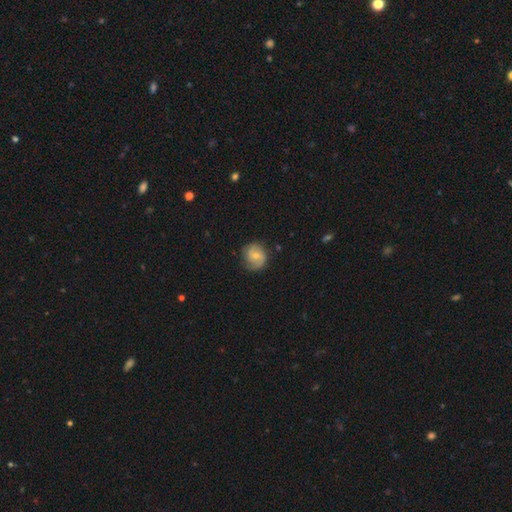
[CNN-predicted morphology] smooth-or-featured: featured or disk: 56% | smooth: 37% | star or artifact: 7%
  disk-edge-on: no: 97% | yes: 3%
    bar: no: 54% | weak: 38% | strong: 8%
    has-spiral-arms: yes: 88% | no: 12%
    bulge-size: small: 47% (tied) | moderate: 47% (tied) | none: 3% | large: 2% | dominant: 1%
  merging: none: 77% | minor disturbance: 17% | major disturbance: 4% | merger: 1%